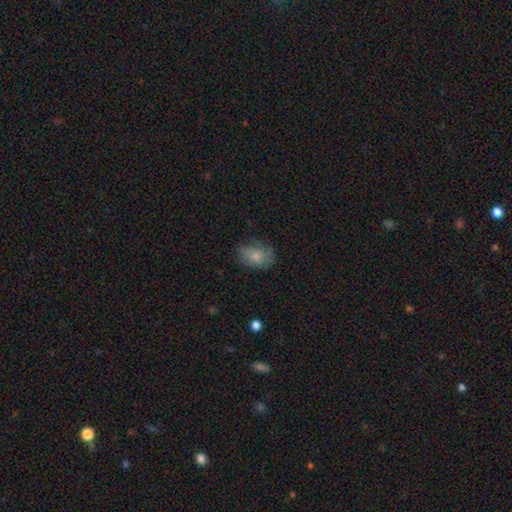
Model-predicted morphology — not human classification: smooth-or-featured: smooth: 75% | featured or disk: 17% | star or artifact: 8%
  how-rounded: in between: 77% | round: 21% | cigar-shaped: 1%
  merging: none: 60% | minor disturbance: 28% | major disturbance: 11% | merger: 1%